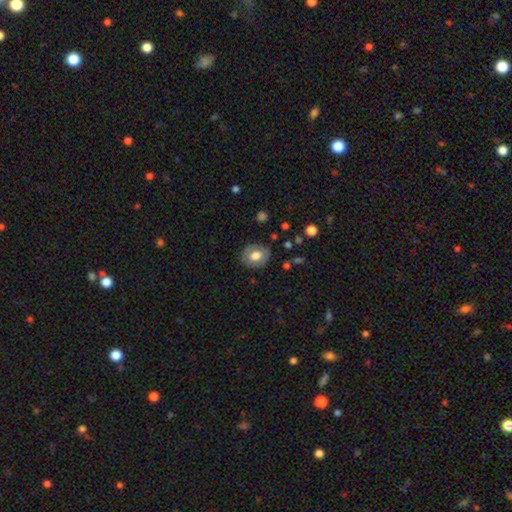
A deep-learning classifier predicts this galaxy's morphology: Smooth or featured? smooth (63%)
How rounded? in between (51%)
Merging? none (82%)